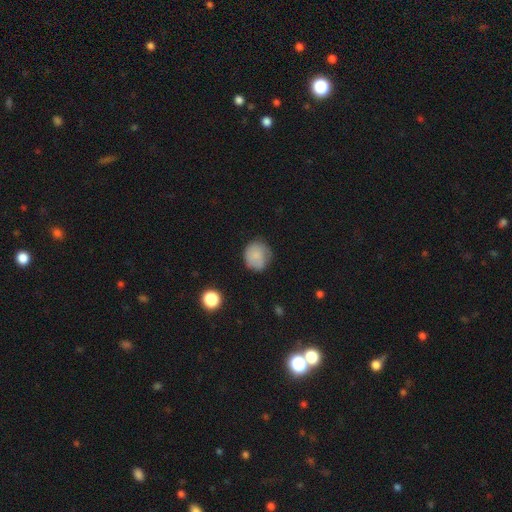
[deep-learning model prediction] Overall: smooth (79%). How rounded: round (85%). Merging: none (66%).